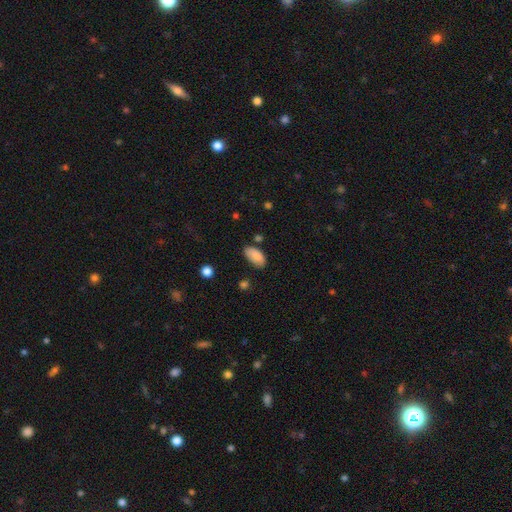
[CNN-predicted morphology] A smooth galaxy with no disk features (87%) that is in between round and cigar-shaped (94%).

Vote fractions:
- Smooth or featured? smooth: 87% / star or artifact: 7% / featured or disk: 6%
- How rounded? in between: 94% / cigar-shaped: 3% / round: 3%
- Merging? none: 69% / minor disturbance: 23% / major disturbance: 5% / merger: 3%